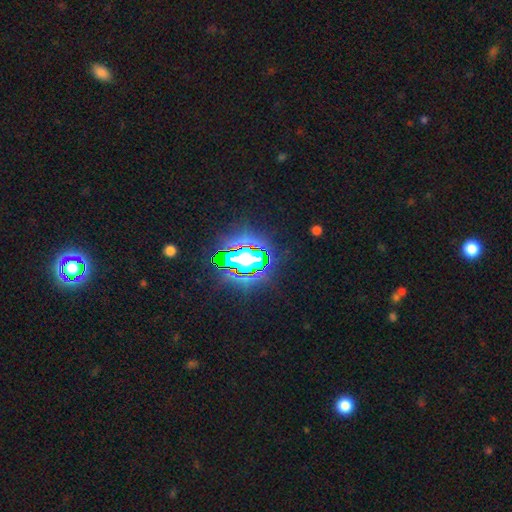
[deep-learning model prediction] Q: Smooth or featured?
A: star or artifact (82%); runner-up: smooth (10%)